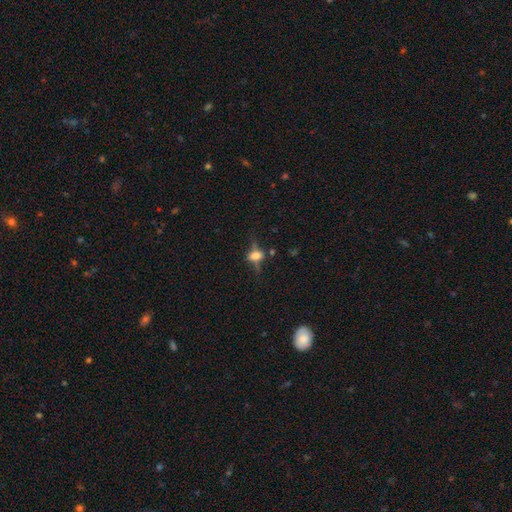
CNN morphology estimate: Overall: featured or disk (47%; smooth 38%). Merging: none (60%; minor disturbance 21%).